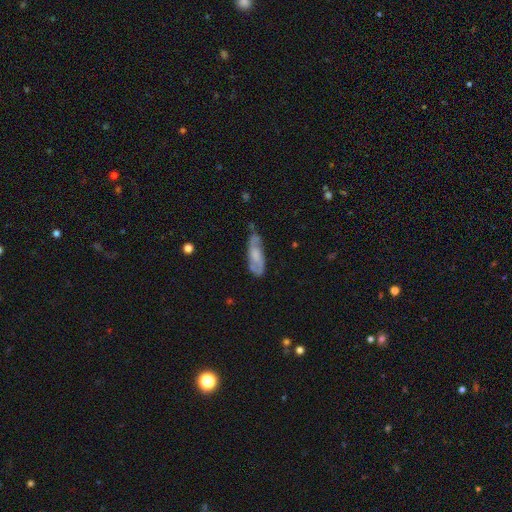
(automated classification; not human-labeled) Overall: featured or disk (55%; smooth 39%). Edge-on disk: no (79%). Merging: none (64%; minor disturbance 26%).